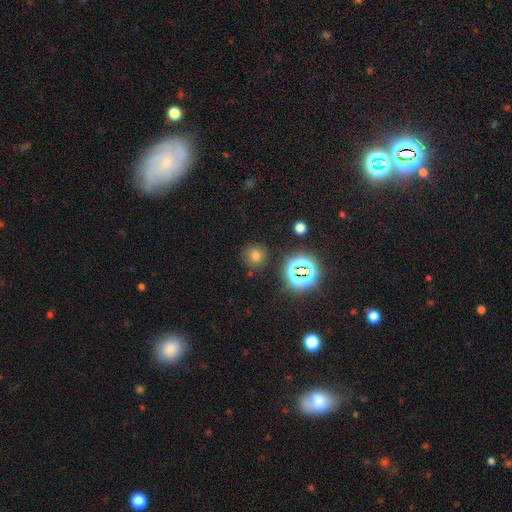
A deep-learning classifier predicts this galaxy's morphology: type=smooth (67%); roundness=round (91%); merging=none (85%).